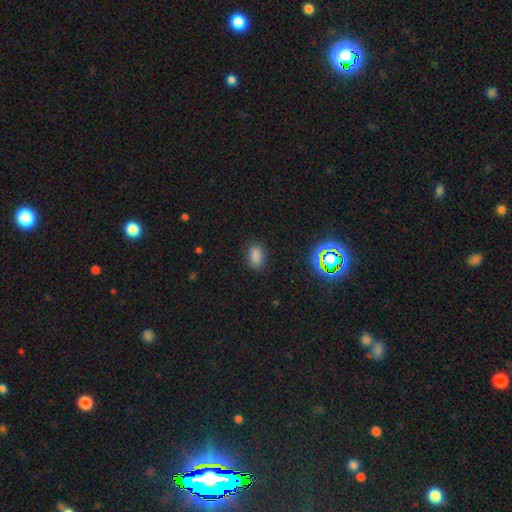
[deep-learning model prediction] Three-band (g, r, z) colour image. It shows a smooth galaxy with no disk features (82%) that is in between round and cigar-shaped (89%). Merging: none (85%).